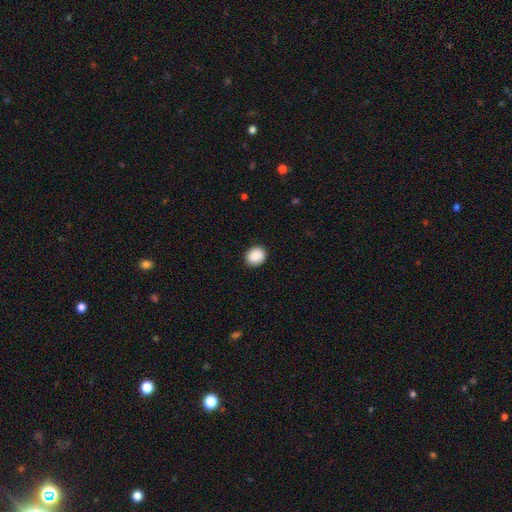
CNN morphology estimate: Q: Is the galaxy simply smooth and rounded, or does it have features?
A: smooth — 90%.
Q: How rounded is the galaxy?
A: round — 70%.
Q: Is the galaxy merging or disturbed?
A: none — 90%.